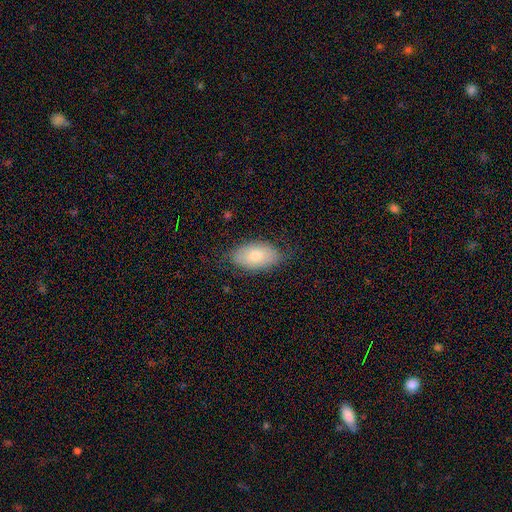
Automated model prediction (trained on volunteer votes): Smooth or featured? smooth (77%)
How rounded? in between (94%)
Merging? none (73%)